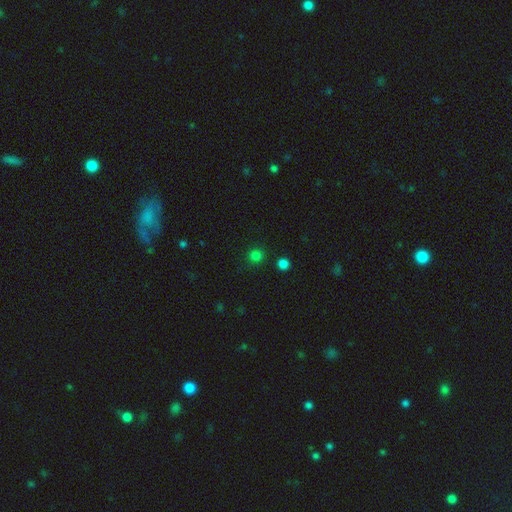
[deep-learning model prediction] Overall: smooth (79%). How rounded: round (93%). Merging: none (87%).